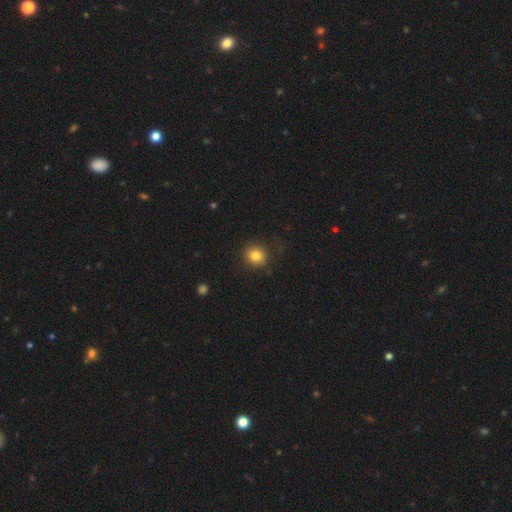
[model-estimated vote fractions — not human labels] Smooth or featured?
  - smooth: 82% *
  - star or artifact: 11%
  - featured or disk: 7%
How rounded?
  - round: 82% *
  - in between: 18%
  - cigar-shaped: 1%
Merging?
  - none: 83% *
  - minor disturbance: 11%
  - major disturbance: 4%
  - merger: 1%